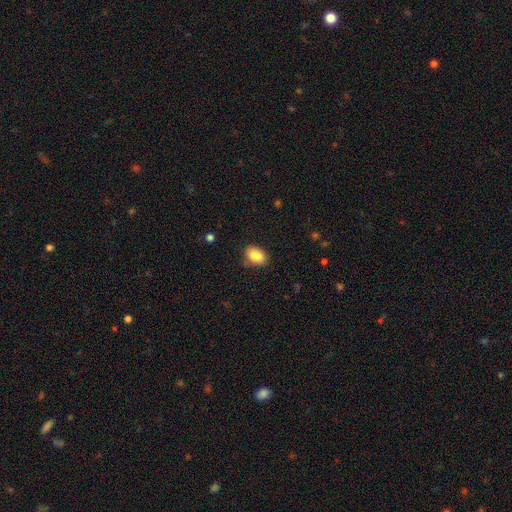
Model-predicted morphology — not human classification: A smooth galaxy with no disk features (87%) that is in between round and cigar-shaped (86%). Merging: none (76%).